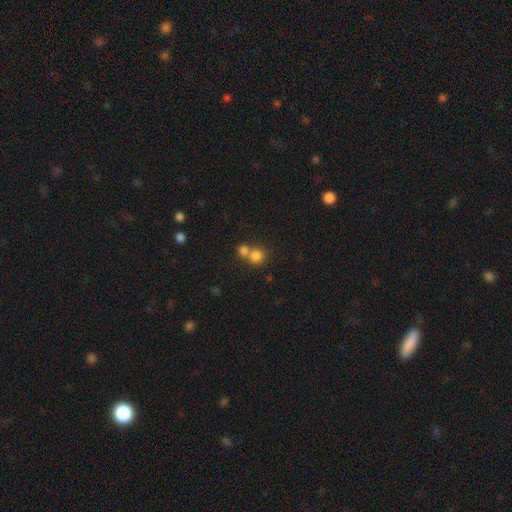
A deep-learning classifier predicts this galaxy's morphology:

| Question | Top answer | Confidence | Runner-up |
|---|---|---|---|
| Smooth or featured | smooth | 80% | star or artifact (12%) |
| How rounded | round | 86% | in between (13%) |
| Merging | merger | 49% | none (43%) |